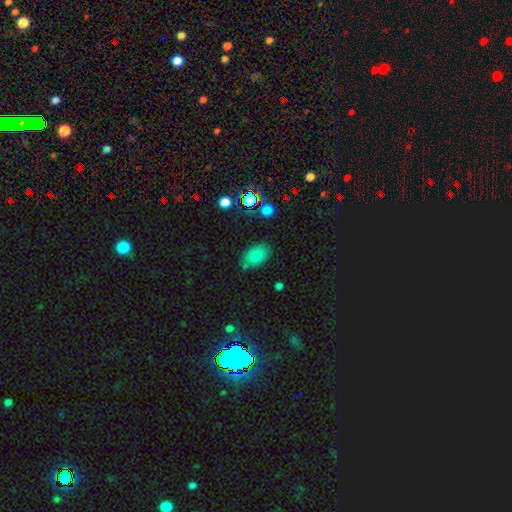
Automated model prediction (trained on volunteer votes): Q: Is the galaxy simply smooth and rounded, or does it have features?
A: smooth — 79%.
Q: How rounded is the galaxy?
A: in between — 88%.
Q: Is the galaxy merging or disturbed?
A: none — 74%.